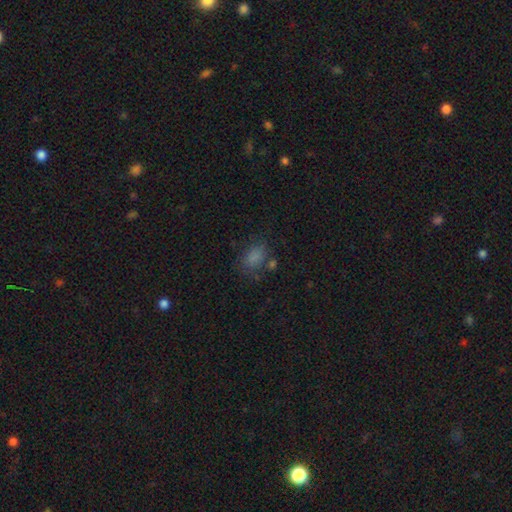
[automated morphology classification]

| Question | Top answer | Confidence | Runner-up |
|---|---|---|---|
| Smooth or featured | smooth | 74% | star or artifact (19%) |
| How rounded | in between | 77% | round (21%) |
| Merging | none | 68% | minor disturbance (17%) |